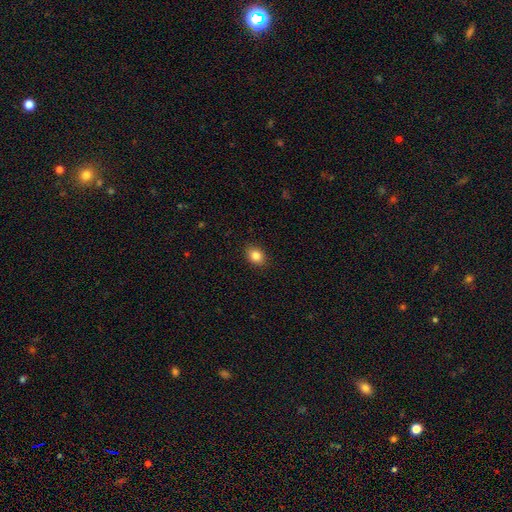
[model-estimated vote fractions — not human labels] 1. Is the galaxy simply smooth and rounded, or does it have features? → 85% smooth, 9% star or artifact, 6% featured or disk.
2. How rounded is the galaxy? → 57% in between, 42% round, 1% cigar-shaped.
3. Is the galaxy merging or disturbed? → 89% none, 8% minor disturbance, 2% major disturbance, 1% merger.